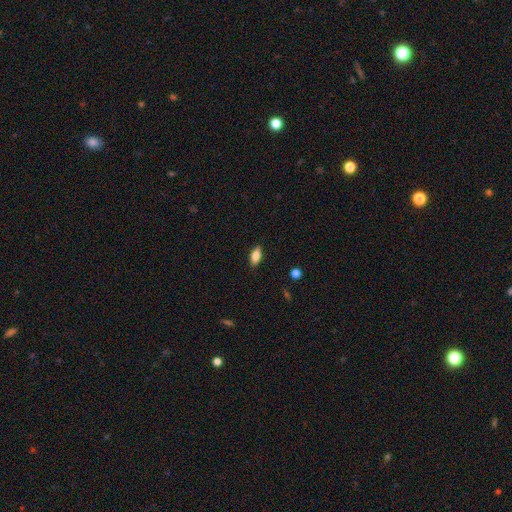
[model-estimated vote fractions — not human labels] Q: Smooth or featured?
A: smooth (84%); runner-up: featured or disk (9%)
Q: How rounded?
A: in between (85%); runner-up: cigar-shaped (12%)
Q: Merging?
A: none (87%); runner-up: minor disturbance (10%)